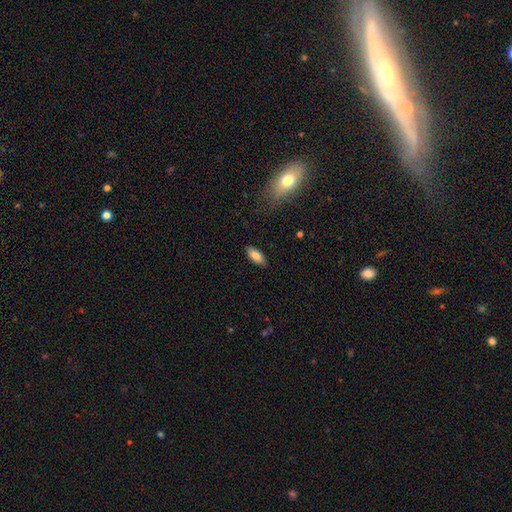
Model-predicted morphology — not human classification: smooth 81%, featured or disk 12%, star or artifact 7%. Down the decision tree: how rounded — in between (83%); merging — none (87%).